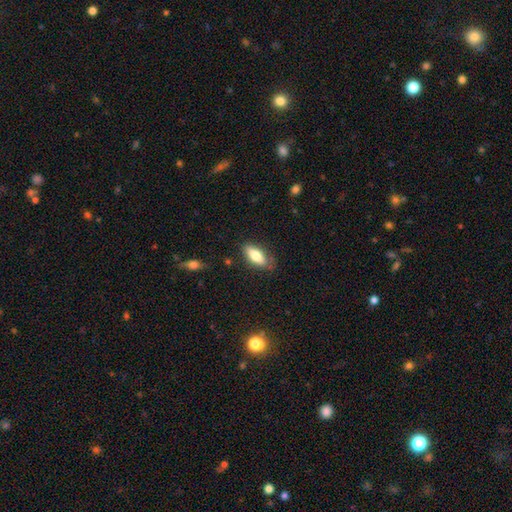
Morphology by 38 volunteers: Smooth or featured? 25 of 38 (66%) said smooth. How rounded? 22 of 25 (88%) said in between. Merging? 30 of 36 (83%) said none.